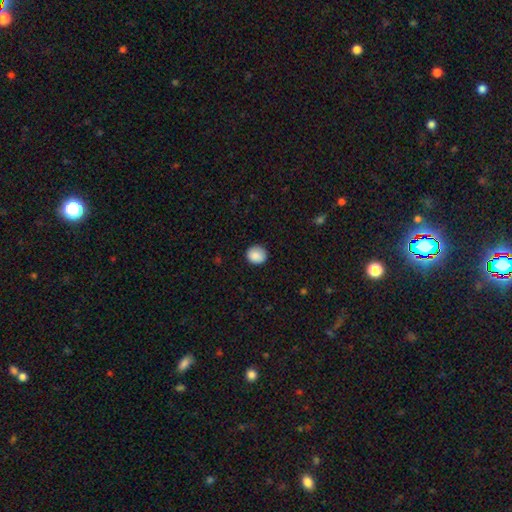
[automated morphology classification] smooth-or-featured: smooth: 88% | star or artifact: 8% | featured or disk: 4%
  how-rounded: round: 85% | in between: 14% | cigar-shaped: 1%
  merging: none: 87% | minor disturbance: 10% | major disturbance: 2% | merger: 1%